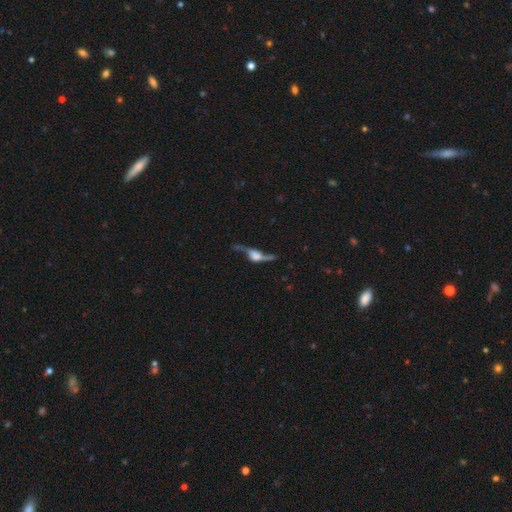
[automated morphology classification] Smooth or featured?
  - featured or disk: 74% *
  - smooth: 16%
  - star or artifact: 10%
Edge-on disk?
  - yes: 61% *
  - no: 39%
Merging?
  - none: 51% *
  - major disturbance: 22%
  - minor disturbance: 20%
  - merger: 8%